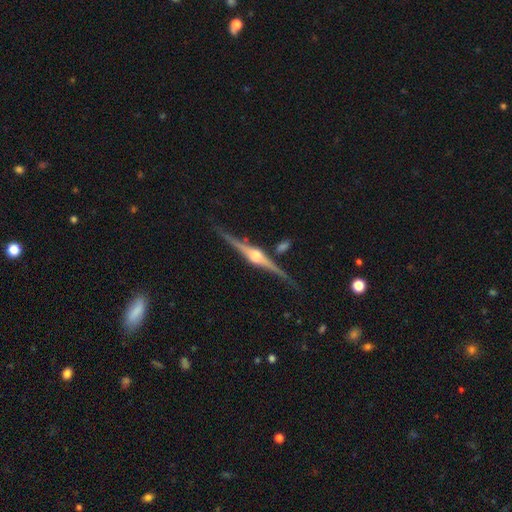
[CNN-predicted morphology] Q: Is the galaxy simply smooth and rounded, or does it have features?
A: featured or disk — 89%.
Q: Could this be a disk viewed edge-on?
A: yes — 98%.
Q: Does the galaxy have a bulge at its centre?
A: rounded — 94%.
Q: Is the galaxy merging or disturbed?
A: none — 84%.